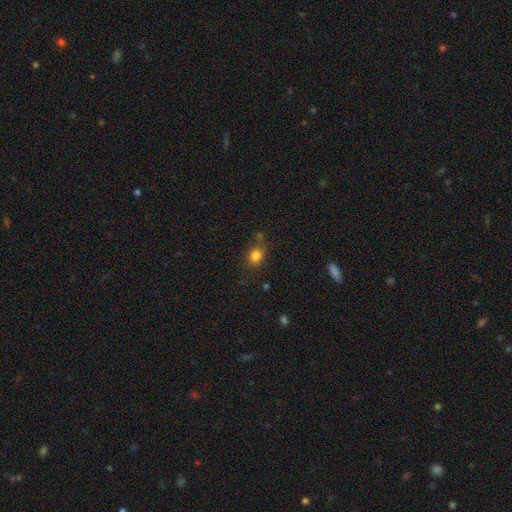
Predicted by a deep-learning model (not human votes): Smooth or featured? smooth (82%)
How rounded? in between (55%)
Merging? none (72%)